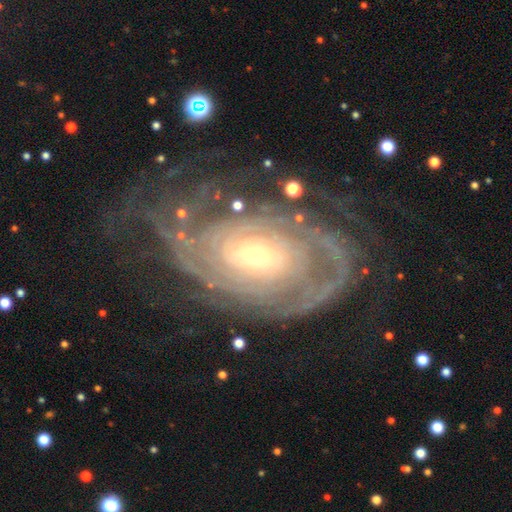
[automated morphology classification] A featured or disk galaxy (90%) with no bar (67%), tight (73%) spiral arms (96%) and a small central bulge (67%).

Vote fractions:
- Smooth or featured? featured or disk: 90% / smooth: 5% / star or artifact: 5%
- Edge-on disk? no: 96% / yes: 4%
- Bar? no: 67% / weak: 22% / strong: 11%
- Spiral arms? yes: 96% / no: 4%
- Spiral winding? tight: 73% / medium: 19% / loose: 7%
- Spiral arm count? can't tell: 29% / 2: 25% / 3: 14% / 4: 13% / more than 4: 11% / 1: 9%
- Bulge size? small: 67% / moderate: 27% / large: 4% / dominant: 1% / none: 1%
- Merging? none: 62% / major disturbance: 18% / minor disturbance: 17% / merger: 3%